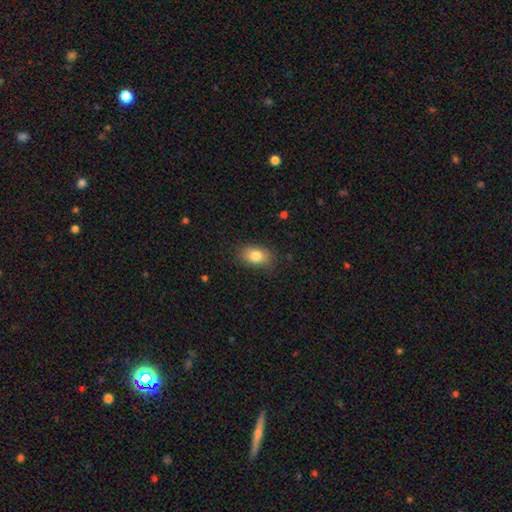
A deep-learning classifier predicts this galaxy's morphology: smooth_or_featured: smooth (p=0.82) [alt: featured or disk p=0.09]
how_rounded: in between (p=0.84) [alt: round p=0.14]
merging: none (p=0.82) [alt: minor disturbance p=0.14]